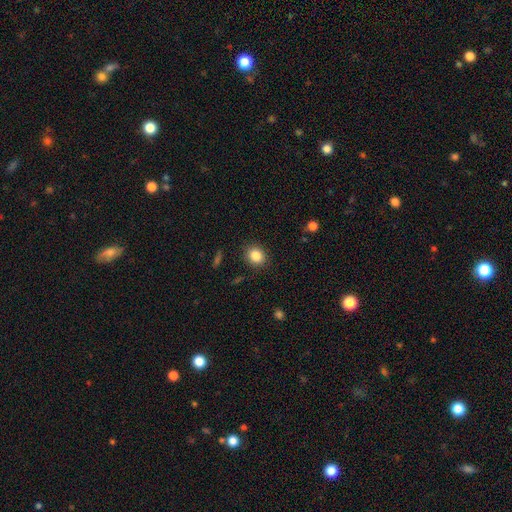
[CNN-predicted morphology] Smooth or featured? Predicted: smooth (p=0.86). How rounded? Predicted: round (p=0.68). Merging? Predicted: none (p=0.87).